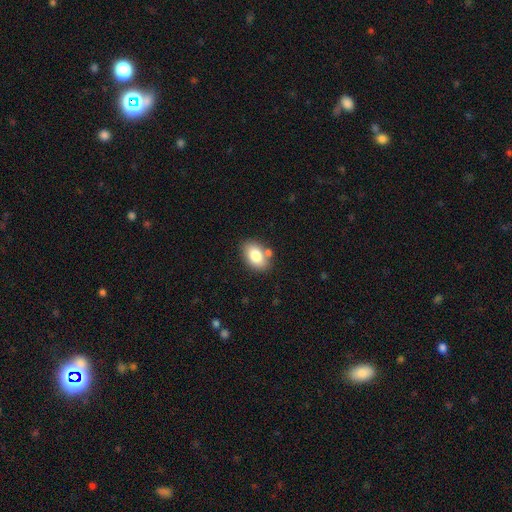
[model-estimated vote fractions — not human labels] A smooth galaxy with no disk features (81%) that is in between round and cigar-shaped (88%).

Vote fractions:
- Smooth or featured? smooth: 81% / featured or disk: 11% / star or artifact: 8%
- How rounded? in between: 88% / round: 11% / cigar-shaped: 1%
- Merging? none: 73% / minor disturbance: 13% / merger: 10% / major disturbance: 3%